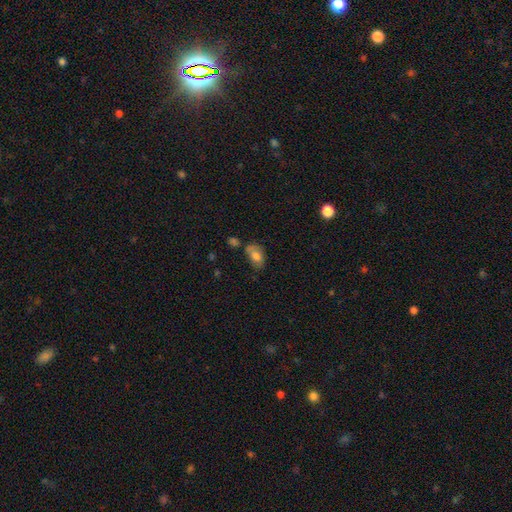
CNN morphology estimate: This is likely a smooth galaxy (73%). How rounded: clearly in between (89%). Merging: possibly none (46%).